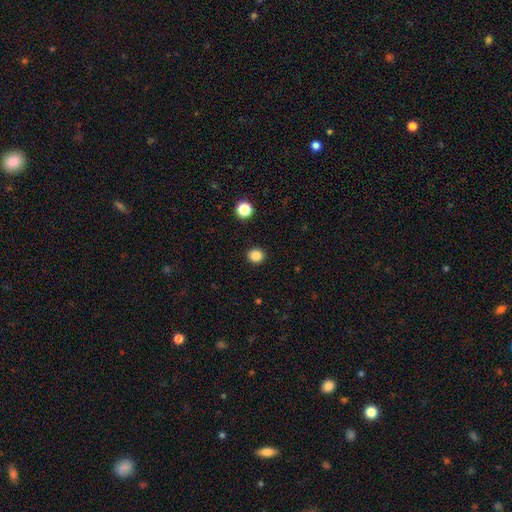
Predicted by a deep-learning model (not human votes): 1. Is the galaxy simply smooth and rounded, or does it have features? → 85% smooth, 12% star or artifact, 3% featured or disk.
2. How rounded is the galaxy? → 89% round, 10% in between, 1% cigar-shaped.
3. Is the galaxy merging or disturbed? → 92% none, 5% minor disturbance, 2% major disturbance, 1% merger.